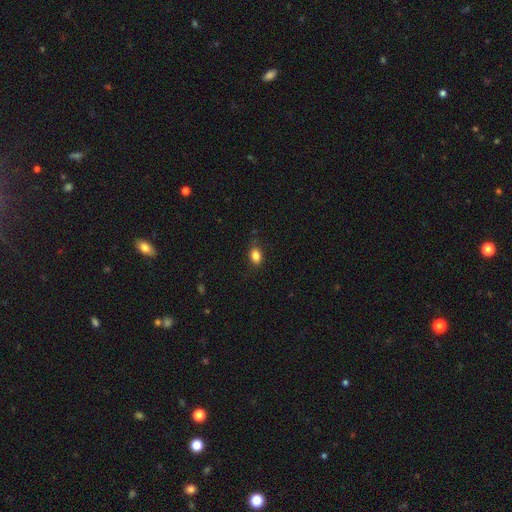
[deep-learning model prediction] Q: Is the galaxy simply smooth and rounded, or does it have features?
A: smooth — 85%.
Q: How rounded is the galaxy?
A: in between — 81%.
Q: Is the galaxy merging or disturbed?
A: none — 80%.